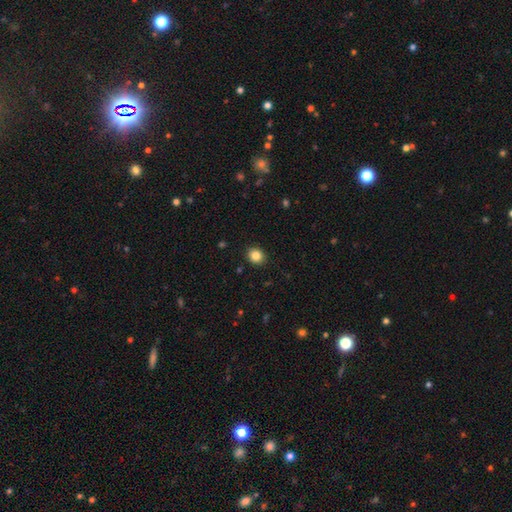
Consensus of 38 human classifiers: Volunteers were most divided on "how rounded": in between: 62%, round: 38%, cigar-shaped: 0%. More confident: merging — none (92%); smooth or featured — smooth (89%).